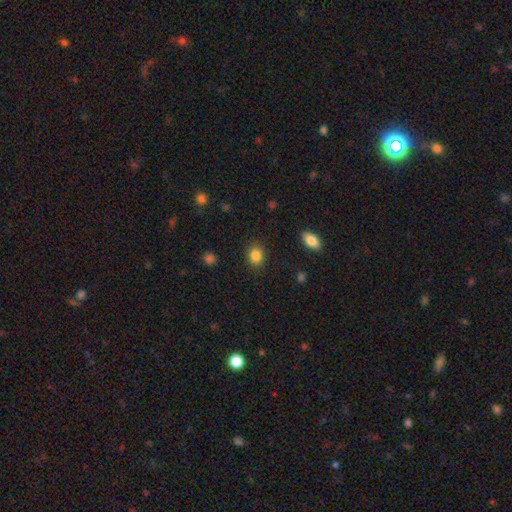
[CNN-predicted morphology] smooth-or-featured: smooth: 86% | star or artifact: 10% | featured or disk: 4%
  how-rounded: round: 56% | in between: 43% | cigar-shaped: 1%
  merging: none: 88% | minor disturbance: 8% | major disturbance: 3% | merger: 1%